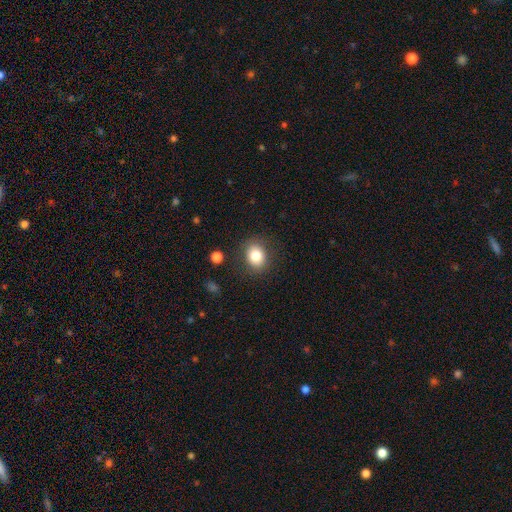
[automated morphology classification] This is clearly a smooth galaxy (81%). How rounded: possibly round (55%). Merging: clearly none (84%).